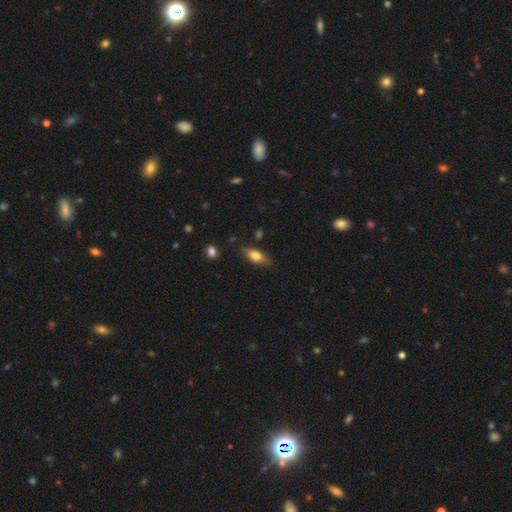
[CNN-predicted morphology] This appears to be a smooth galaxy with no disk features (69%) that is in between round and cigar-shaped (75%). Merging: none (79%).